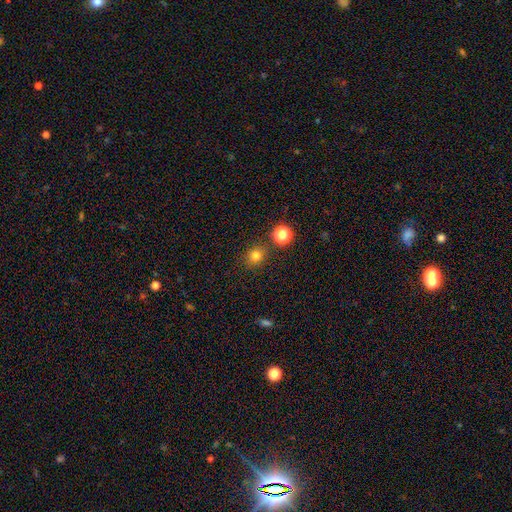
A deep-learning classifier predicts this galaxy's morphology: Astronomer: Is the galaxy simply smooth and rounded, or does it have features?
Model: smooth — 78%.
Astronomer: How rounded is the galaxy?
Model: round — 87%.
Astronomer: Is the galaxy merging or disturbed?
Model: none — 84%.